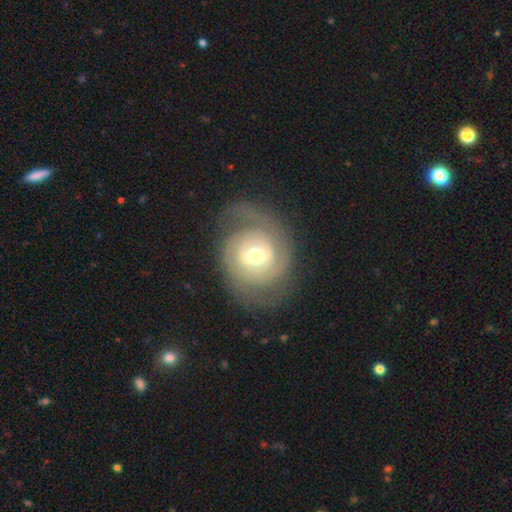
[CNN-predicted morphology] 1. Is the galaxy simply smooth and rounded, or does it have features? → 76% featured or disk, 18% smooth, 6% star or artifact.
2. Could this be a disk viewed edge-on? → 96% no, 4% yes.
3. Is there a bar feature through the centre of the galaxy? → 45% weak, 37% no, 18% strong.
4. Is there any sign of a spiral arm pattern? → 83% yes, 17% no.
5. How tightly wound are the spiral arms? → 60% tight, 29% medium, 12% loose.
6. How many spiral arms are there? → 57% 2, 23% can't tell, 8% 3, 7% 1, 3% 4, 2% more than 4.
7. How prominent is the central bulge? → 71% moderate, 17% small, 10% large, 1% dominant, 1% none.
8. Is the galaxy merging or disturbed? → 69% none, 18% minor disturbance, 12% major disturbance, 1% merger.